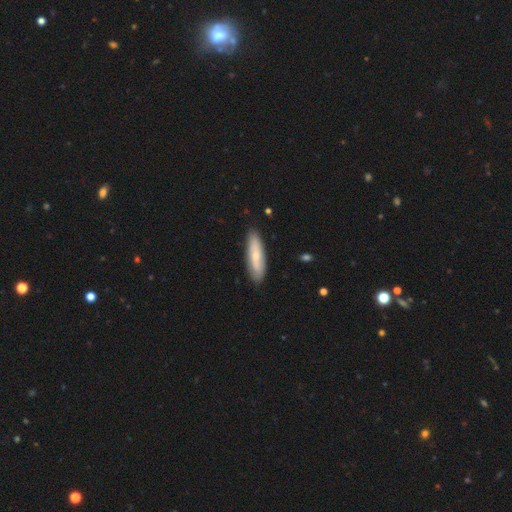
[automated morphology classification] This is possibly a smooth galaxy (58%). How rounded: possibly cigar-shaped (57%). Merging: clearly none (86%).